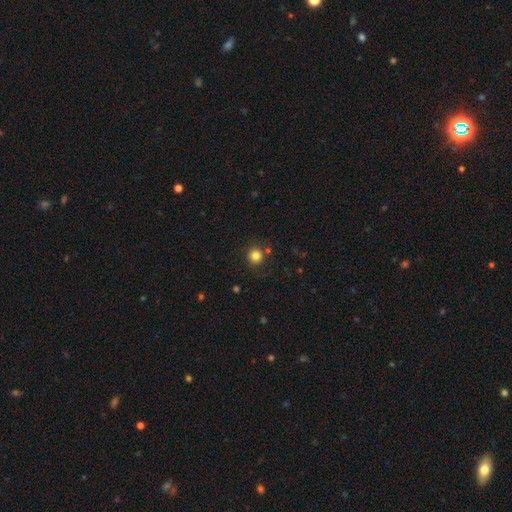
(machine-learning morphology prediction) The model was most divided on "smooth or featured": smooth: 82%, star or artifact: 12%, featured or disk: 5%. More confident: how rounded — round (94%); merging — none (85%).